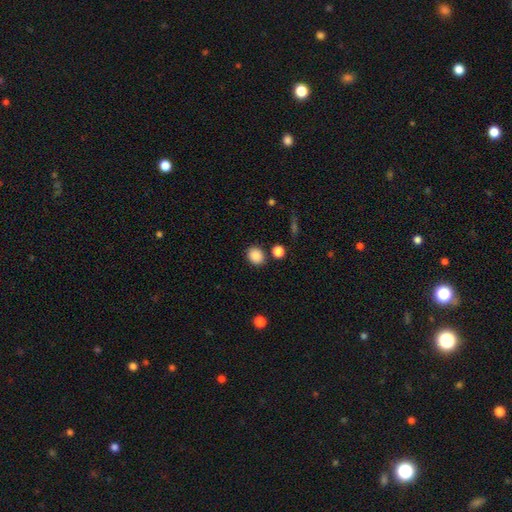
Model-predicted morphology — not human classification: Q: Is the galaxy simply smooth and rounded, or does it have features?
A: smooth — 87%.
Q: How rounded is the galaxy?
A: round — 66%.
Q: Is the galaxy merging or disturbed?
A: none — 83%.